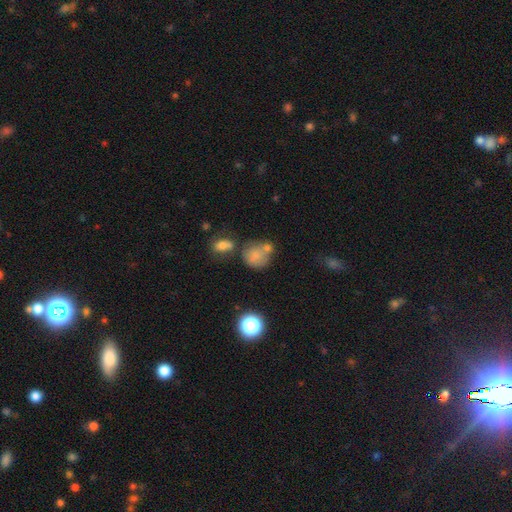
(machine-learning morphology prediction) This is likely a smooth galaxy (71%). How rounded: likely round (71%). Merging: marginally none (39%).